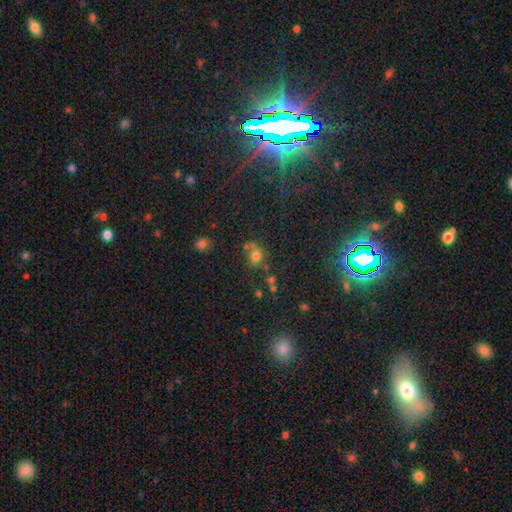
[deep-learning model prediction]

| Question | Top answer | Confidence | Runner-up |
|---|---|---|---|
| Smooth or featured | smooth | 69% | star or artifact (21%) |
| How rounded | round | 67% | in between (32%) |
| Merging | none | 52% | merger (25%) |